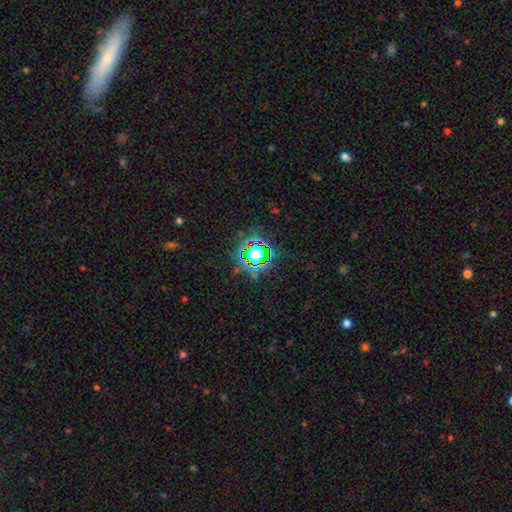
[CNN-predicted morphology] The model was most divided on "smooth or featured": star or artifact: 73%, smooth: 18%, featured or disk: 9%.